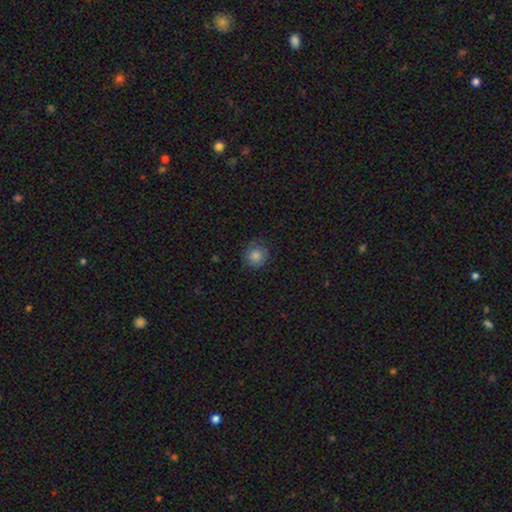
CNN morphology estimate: Smooth or featured: smooth — 83% (star or artifact — 11%)
How rounded: round — 92% (in between — 7%)
Merging: none — 84% (minor disturbance — 12%)